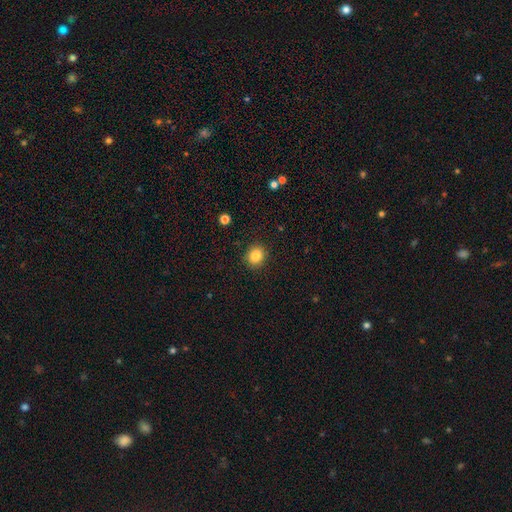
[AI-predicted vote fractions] Q: Smooth or featured?
A: smooth (83%); runner-up: star or artifact (11%)
Q: How rounded?
A: round (82%); runner-up: in between (17%)
Q: Merging?
A: none (91%); runner-up: minor disturbance (6%)